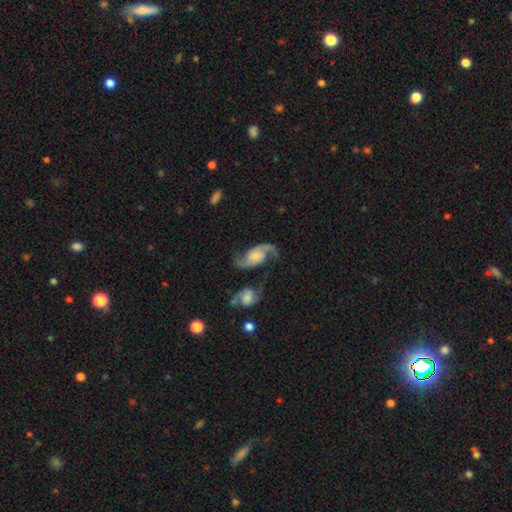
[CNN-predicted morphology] A featured or disk galaxy (87%) with no bar (62%), 2 (92%) loose (53%) spiral arms (97%) and a moderate central bulge (40%).

Vote fractions:
- Smooth or featured? featured or disk: 87% / smooth: 8% / star or artifact: 5%
- Edge-on disk? no: 97% / yes: 3%
- Bar? no: 62% / weak: 30% / strong: 8%
- Spiral arms? yes: 97% / no: 3%
- Spiral winding? loose: 53% / medium: 38% / tight: 9%
- Spiral arm count? 2: 92% / 1: 3% / can't tell: 2% / 3: 1% / 4: 1% / more than 4: 1%
- Bulge size? moderate: 40% / small: 32% / large: 15% / none: 11% / dominant: 3%
- Merging? none: 60% / minor disturbance: 16% / merger: 14% / major disturbance: 10%